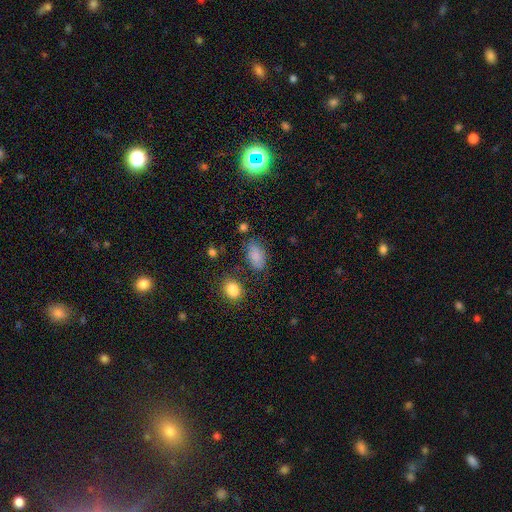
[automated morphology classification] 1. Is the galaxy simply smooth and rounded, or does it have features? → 81% smooth, 10% star or artifact, 9% featured or disk.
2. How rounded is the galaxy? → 91% in between, 7% round, 2% cigar-shaped.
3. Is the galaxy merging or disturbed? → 72% none, 19% minor disturbance, 5% major disturbance, 4% merger.